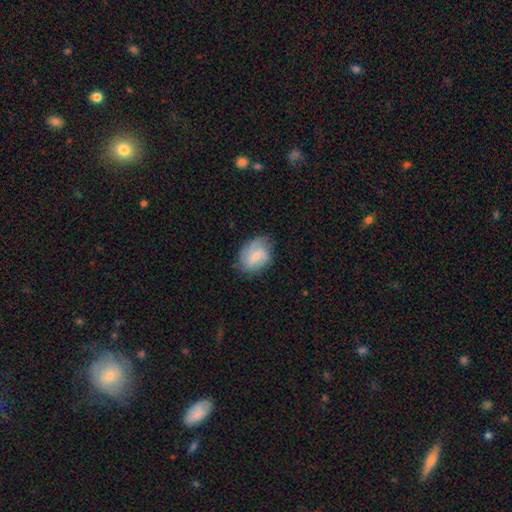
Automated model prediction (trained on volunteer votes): Overall: featured or disk (52%; smooth 41%). Edge-on disk: no (97%). Merging: none (66%).